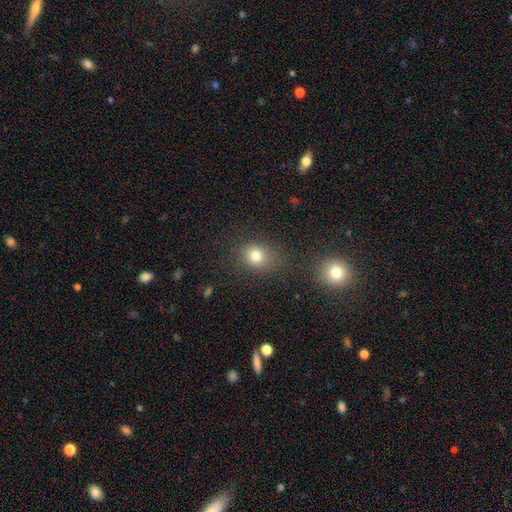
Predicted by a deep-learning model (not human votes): Smooth or featured?
  - smooth: 77% *
  - star or artifact: 15%
  - featured or disk: 7%
How rounded?
  - round: 69% *
  - in between: 29%
  - cigar-shaped: 1%
Merging?
  - none: 75% *
  - minor disturbance: 14%
  - major disturbance: 6%
  - merger: 5%